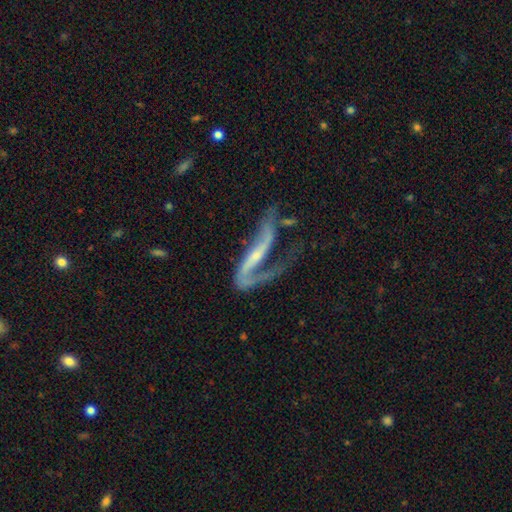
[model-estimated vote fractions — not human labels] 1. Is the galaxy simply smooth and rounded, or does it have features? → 80% featured or disk, 13% smooth, 7% star or artifact.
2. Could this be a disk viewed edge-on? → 78% no, 22% yes.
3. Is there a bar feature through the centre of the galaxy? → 40% strong, 33% no, 27% weak.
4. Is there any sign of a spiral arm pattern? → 85% yes, 15% no.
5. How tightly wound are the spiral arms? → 66% loose, 23% medium, 10% tight.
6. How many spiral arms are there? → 56% 2, 35% 1, 6% can't tell, 1% 3, 1% 4, 1% more than 4.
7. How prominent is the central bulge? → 65% small, 20% moderate, 12% none, 2% large, 1% dominant.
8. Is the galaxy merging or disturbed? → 43% major disturbance, 31% none, 18% minor disturbance, 8% merger.